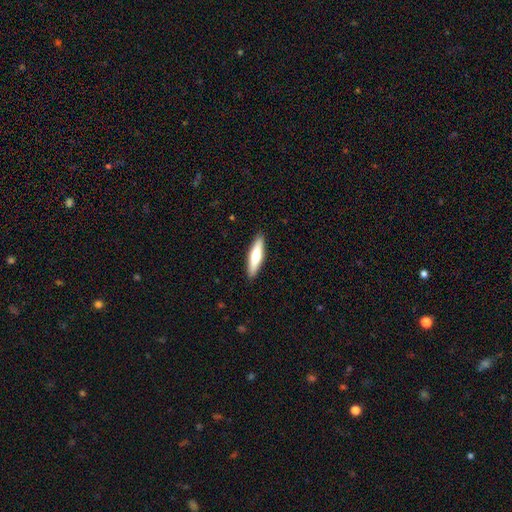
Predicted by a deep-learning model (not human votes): Smooth or featured?
  - smooth: 62% *
  - featured or disk: 33%
  - star or artifact: 5%
How rounded?
  - cigar-shaped: 75% *
  - in between: 24%
  - round: 1%
Merging?
  - none: 90% *
  - minor disturbance: 7%
  - major disturbance: 1%
  - merger: 1%